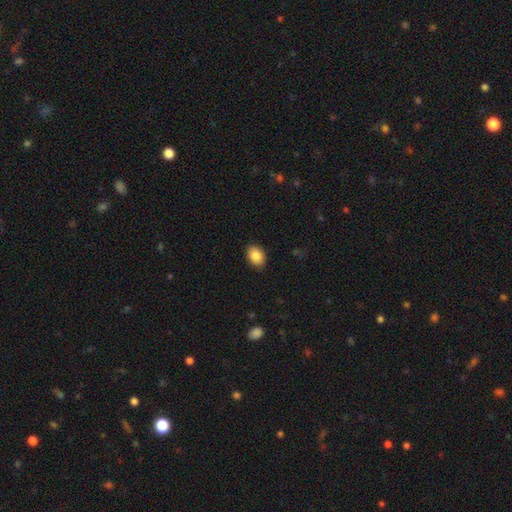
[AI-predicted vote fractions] smooth 87%, star or artifact 8%, featured or disk 5%. Down the decision tree: how rounded — in between (78%); merging — none (87%).